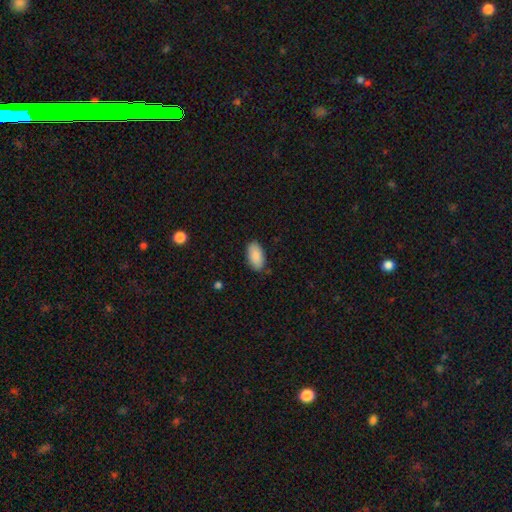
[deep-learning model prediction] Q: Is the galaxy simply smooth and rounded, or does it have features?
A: smooth — 89%.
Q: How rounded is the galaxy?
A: in between — 95%.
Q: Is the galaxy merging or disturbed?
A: none — 85%.